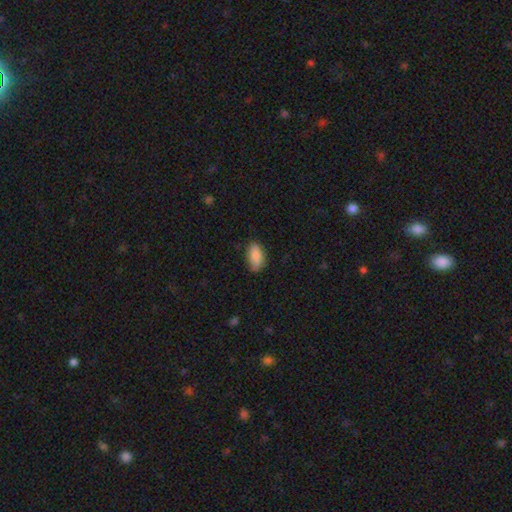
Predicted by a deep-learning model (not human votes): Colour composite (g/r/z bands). It shows a smooth galaxy with no disk features (87%) that is in between round and cigar-shaped (92%). Merging: none (74%).